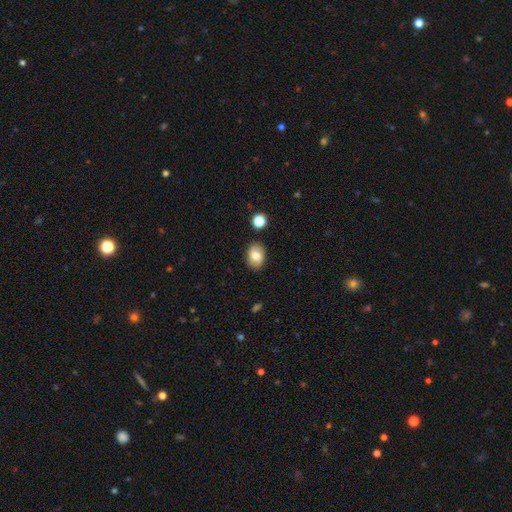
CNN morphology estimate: Q: Smooth or featured?
A: smooth (78%); runner-up: featured or disk (13%)
Q: How rounded?
A: in between (74%); runner-up: round (25%)
Q: Merging?
A: none (85%); runner-up: minor disturbance (10%)